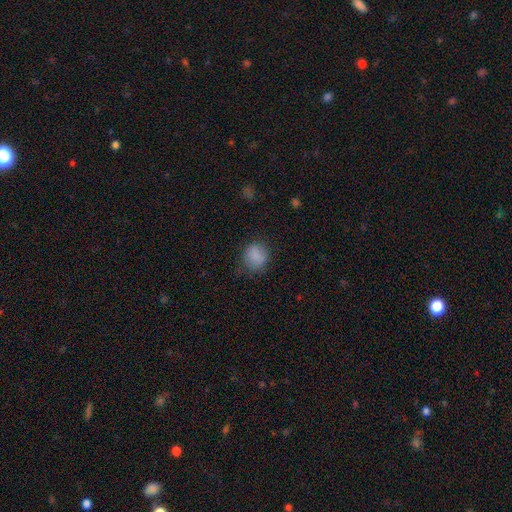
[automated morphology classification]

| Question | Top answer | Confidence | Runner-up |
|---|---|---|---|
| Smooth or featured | smooth | 85% | star or artifact (9%) |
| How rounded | round | 70% | in between (29%) |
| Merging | none | 72% | minor disturbance (20%) |